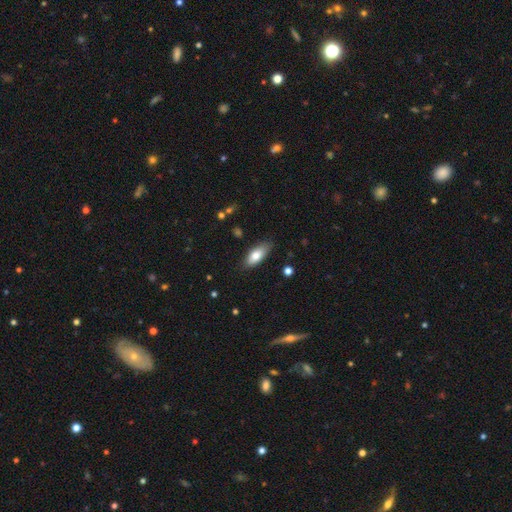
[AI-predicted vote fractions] A smooth galaxy with no disk features (77%) that is in between round and cigar-shaped (81%). Merging: none (80%).